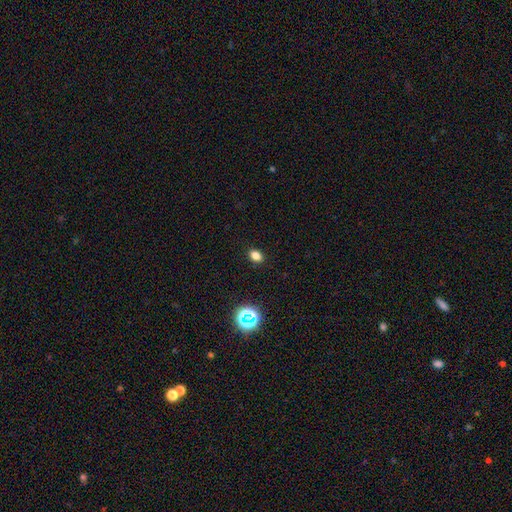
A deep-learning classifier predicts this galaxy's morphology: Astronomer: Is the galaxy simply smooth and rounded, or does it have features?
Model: smooth — 78%.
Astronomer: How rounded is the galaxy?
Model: in between — 72%.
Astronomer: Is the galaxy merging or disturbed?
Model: none — 89%.